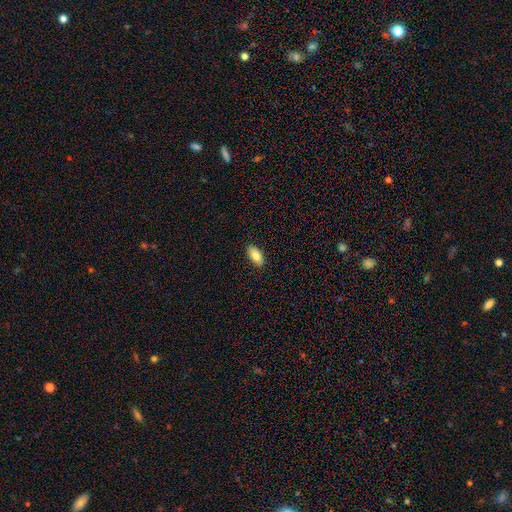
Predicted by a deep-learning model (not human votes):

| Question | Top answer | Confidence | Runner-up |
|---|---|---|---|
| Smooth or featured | smooth | 83% | featured or disk (11%) |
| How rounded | in between | 91% | cigar-shaped (6%) |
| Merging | none | 90% | minor disturbance (8%) |